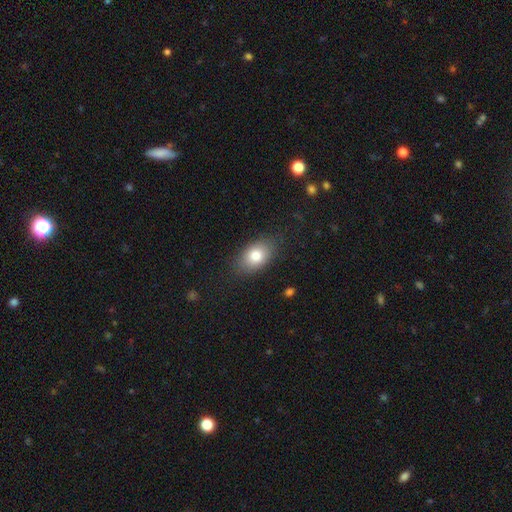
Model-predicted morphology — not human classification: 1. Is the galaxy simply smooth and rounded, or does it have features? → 80% smooth, 12% featured or disk, 8% star or artifact.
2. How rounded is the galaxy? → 85% in between, 13% round, 2% cigar-shaped.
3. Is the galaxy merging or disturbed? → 83% none, 12% minor disturbance, 4% major disturbance, 1% merger.